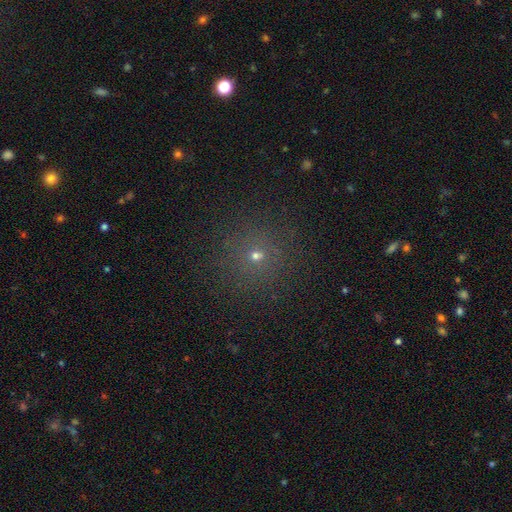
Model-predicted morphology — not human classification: Smooth or featured? Predicted: smooth (p=0.58). How rounded? Predicted: round (p=0.95). Merging? Predicted: none (p=0.90).